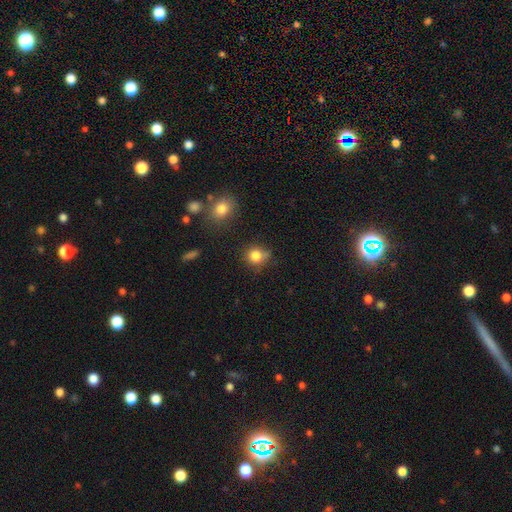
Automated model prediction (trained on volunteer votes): A smooth galaxy with no disk features (82%) that is round (82%).

Vote fractions:
- Smooth or featured? smooth: 82% / star or artifact: 12% / featured or disk: 7%
- How rounded? round: 82% / in between: 16% / cigar-shaped: 1%
- Merging? none: 64% / minor disturbance: 24% / major disturbance: 7% / merger: 5%